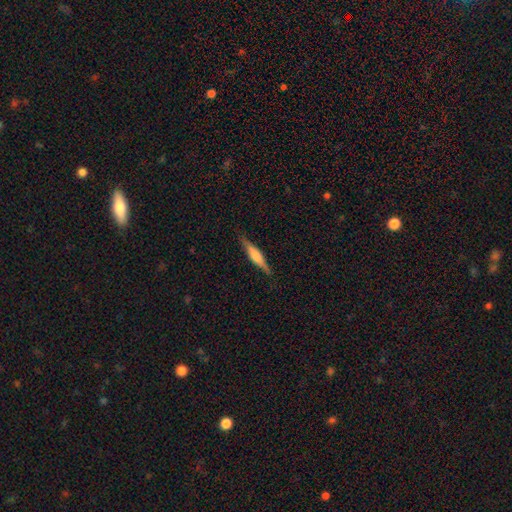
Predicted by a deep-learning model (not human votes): featured or disk 57%, smooth 37%, star or artifact 6%. Down the decision tree: edge-on disk — yes (97%); edge-on bulge — rounded (60%); merging — none (88%).